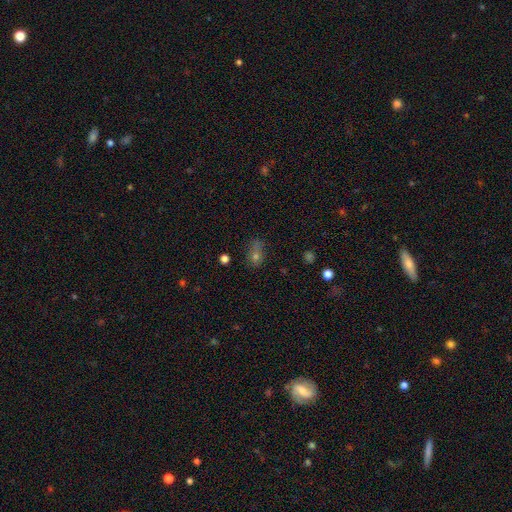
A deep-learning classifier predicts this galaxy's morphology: A smooth galaxy with no disk features (55%) that is in between round and cigar-shaped (62%).

Vote fractions:
- Smooth or featured? smooth: 55% / star or artifact: 25% / featured or disk: 19%
- How rounded? in between: 62% / round: 34% / cigar-shaped: 3%
- Merging? none: 55% / minor disturbance: 26% / major disturbance: 14% / merger: 6%